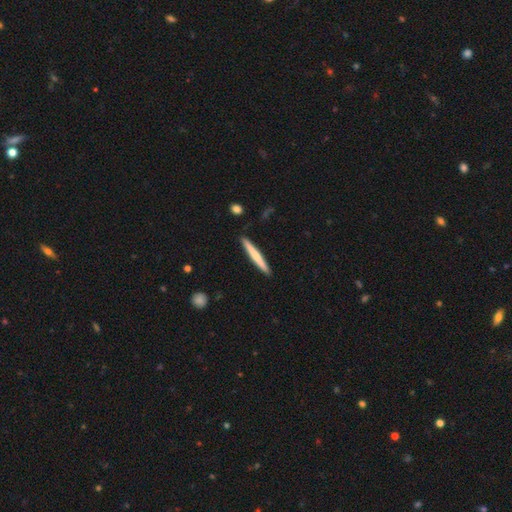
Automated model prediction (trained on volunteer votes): smooth_or_featured: smooth (p=0.57) [alt: featured or disk p=0.38]
how_rounded: cigar-shaped (p=0.96) [alt: in between p=0.02]
merging: none (p=0.92) [alt: minor disturbance p=0.06]